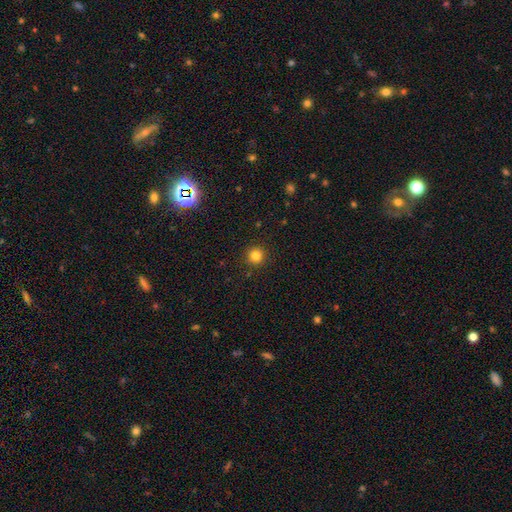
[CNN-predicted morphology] Smooth or featured? smooth (82%)
How rounded? round (95%)
Merging? none (92%)